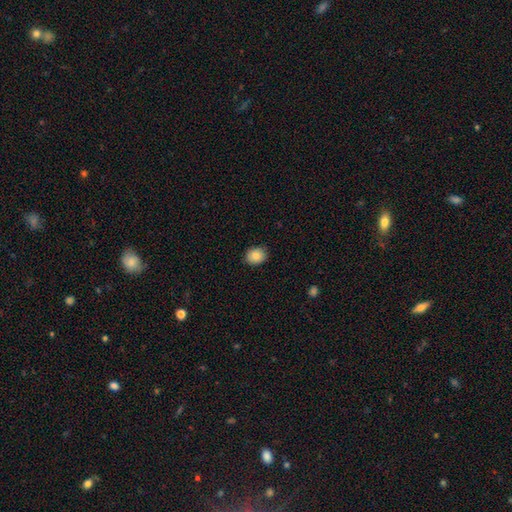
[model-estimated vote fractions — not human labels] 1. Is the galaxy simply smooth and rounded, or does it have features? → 85% smooth, 8% star or artifact, 6% featured or disk.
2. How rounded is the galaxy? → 55% round, 44% in between, 1% cigar-shaped.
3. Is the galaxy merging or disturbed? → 87% none, 10% minor disturbance, 2% major disturbance, 1% merger.